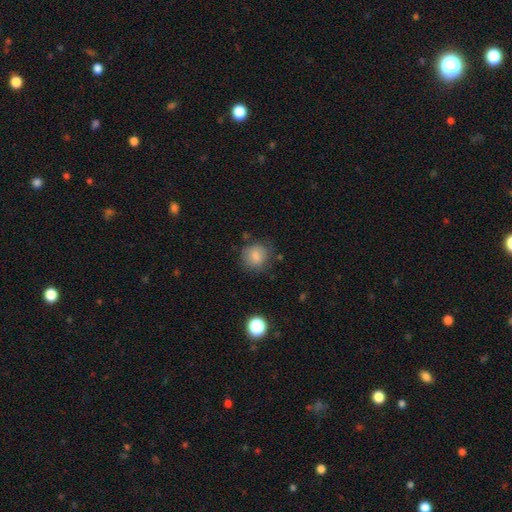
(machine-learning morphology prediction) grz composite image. It shows a smooth galaxy with no disk features (81%) that is round (81%). Merging: none (74%).